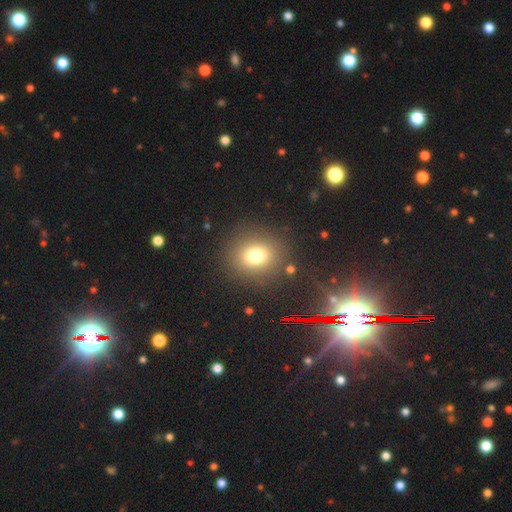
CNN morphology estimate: Smooth or featured: smooth — 74% (star or artifact — 17%)
How rounded: round — 79% (in between — 20%)
Merging: none — 85% (minor disturbance — 8%)